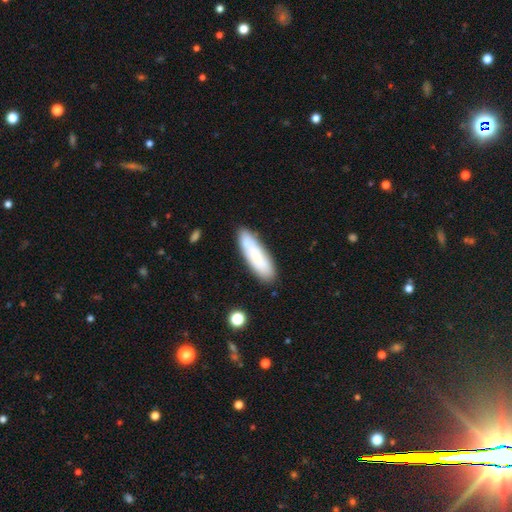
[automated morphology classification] Q: Smooth or featured?
A: smooth (68%); runner-up: featured or disk (25%)
Q: How rounded?
A: cigar-shaped (57%); runner-up: in between (41%)
Q: Merging?
A: none (80%); runner-up: minor disturbance (13%)